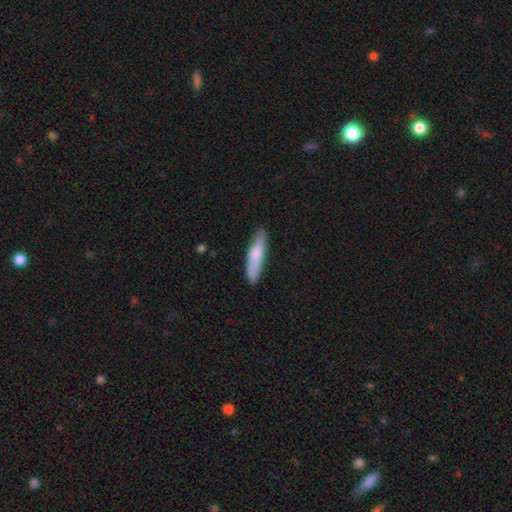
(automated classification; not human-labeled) smooth-or-featured: smooth: 75% | featured or disk: 19% | star or artifact: 5%
  how-rounded: cigar-shaped: 80% | in between: 18% | round: 1%
  merging: none: 84% | minor disturbance: 12% | major disturbance: 2% | merger: 1%